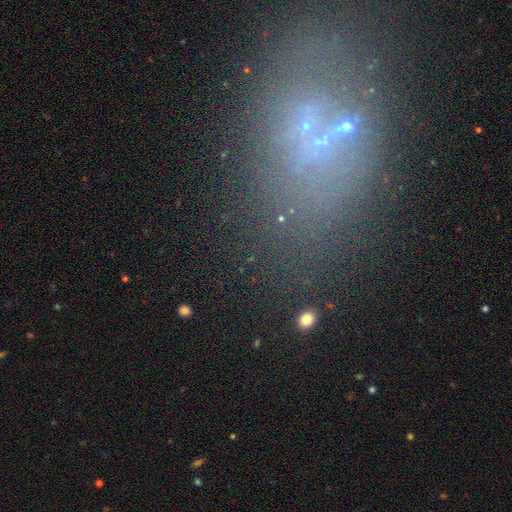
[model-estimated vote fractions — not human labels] Smooth or featured? Predicted: star or artifact (p=0.45).